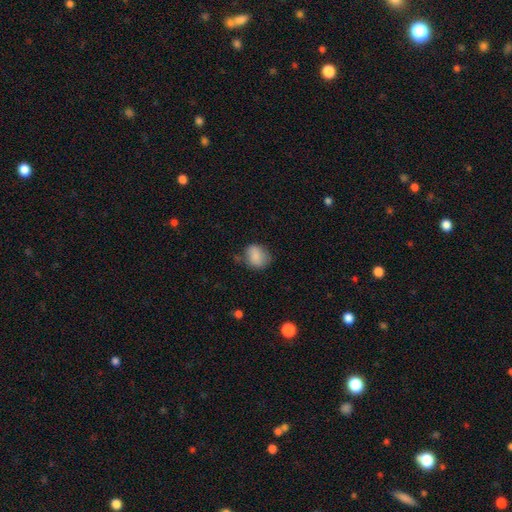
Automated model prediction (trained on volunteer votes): Smooth or featured: smooth — 83% (featured or disk — 8%)
How rounded: round — 51% (in between — 48%)
Merging: none — 64% (minor disturbance — 25%)